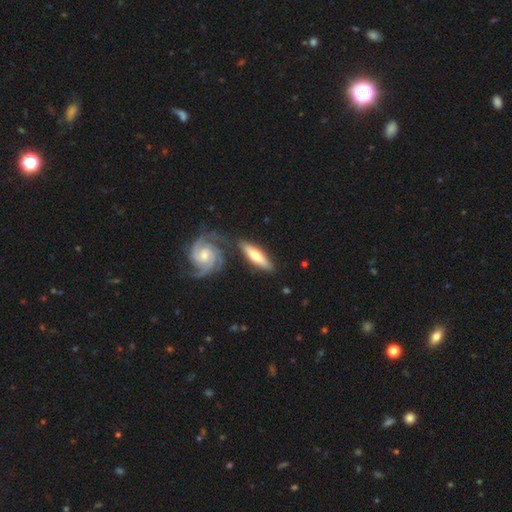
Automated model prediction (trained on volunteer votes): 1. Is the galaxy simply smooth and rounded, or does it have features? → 53% featured or disk, 42% smooth, 5% star or artifact.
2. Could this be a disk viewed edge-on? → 57% yes, 43% no.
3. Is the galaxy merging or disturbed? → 72% none, 14% minor disturbance, 10% merger, 4% major disturbance.